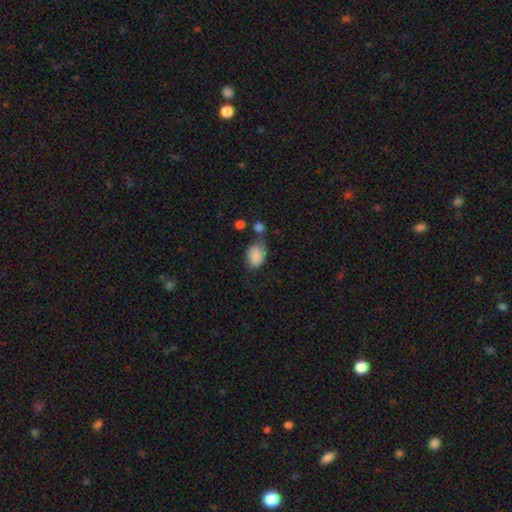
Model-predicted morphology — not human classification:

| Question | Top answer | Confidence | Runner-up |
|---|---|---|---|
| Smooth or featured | smooth | 76% | featured or disk (15%) |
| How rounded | in between | 71% | round (27%) |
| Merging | none | 37% | minor disturbance (30%) |